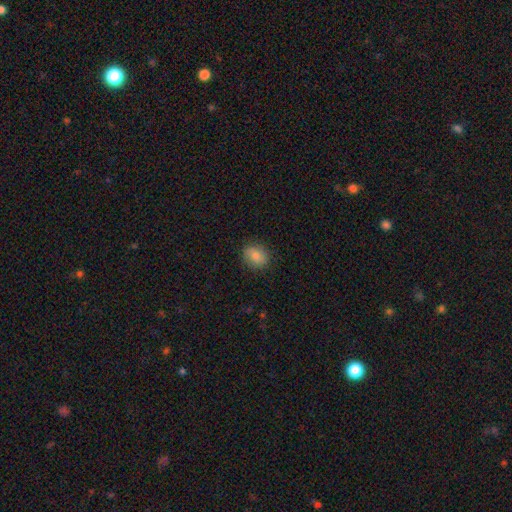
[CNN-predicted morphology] A smooth galaxy with no disk features (75%) that is round (68%).

Vote fractions:
- Smooth or featured? smooth: 75% / featured or disk: 14% / star or artifact: 11%
- How rounded? round: 68% / in between: 31% / cigar-shaped: 1%
- Merging? none: 86% / minor disturbance: 10% / major disturbance: 2% / merger: 1%